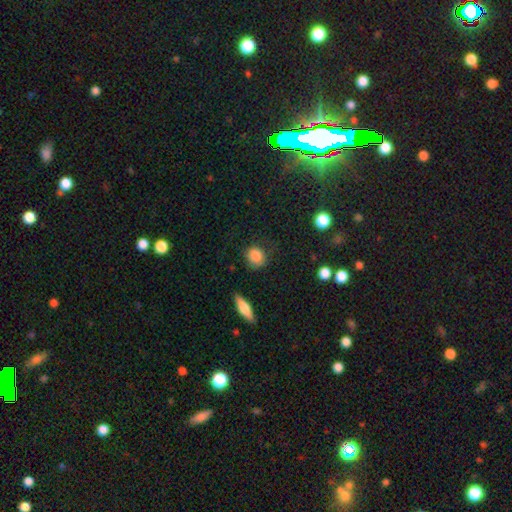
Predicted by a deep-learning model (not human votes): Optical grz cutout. It shows a smooth galaxy with no disk features (85%) that is round (71%). Merging: none (74%).